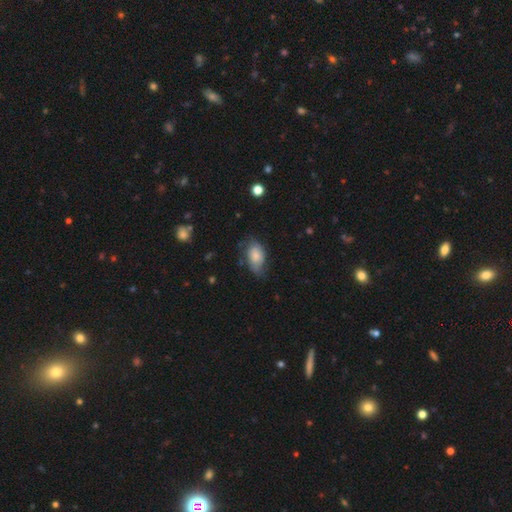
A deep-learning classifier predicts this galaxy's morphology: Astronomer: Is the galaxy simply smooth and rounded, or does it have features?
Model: smooth — 69%.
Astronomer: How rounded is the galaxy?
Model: in between — 90%.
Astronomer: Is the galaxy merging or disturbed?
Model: none — 52% (runner-up: minor disturbance, 34%).